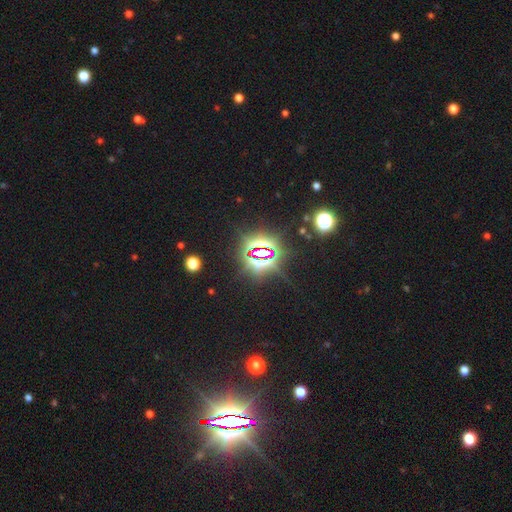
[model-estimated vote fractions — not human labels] Overall: star or artifact (83%).